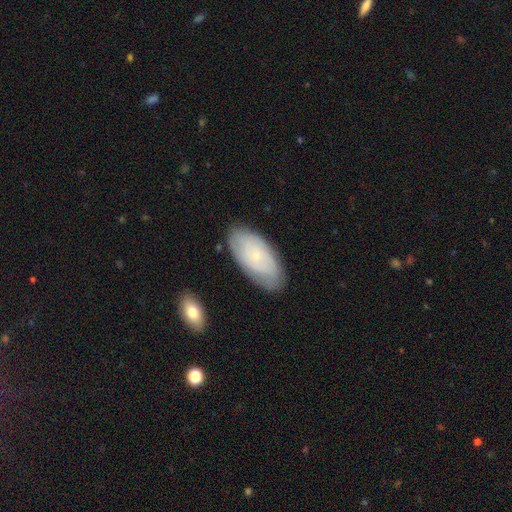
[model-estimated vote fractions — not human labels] Smooth or featured?
  - smooth: 50% *
  - featured or disk: 43%
  - star or artifact: 7%
Merging?
  - none: 79% *
  - minor disturbance: 16%
  - major disturbance: 3%
  - merger: 2%